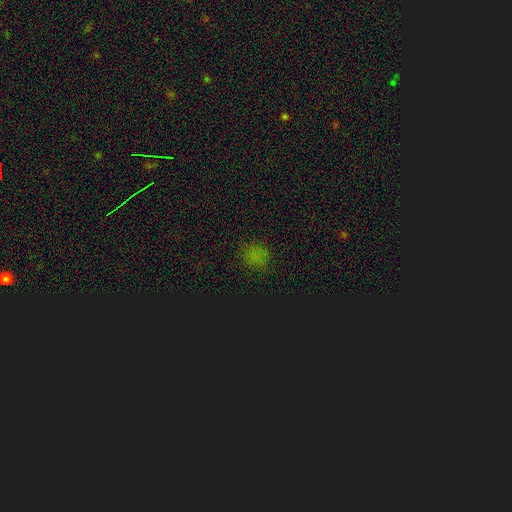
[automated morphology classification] smooth_or_featured: smooth (p=0.59) [alt: star or artifact p=0.35]
how_rounded: round (p=0.81) [alt: in between p=0.18]
merging: none (p=0.81) [alt: minor disturbance p=0.13]